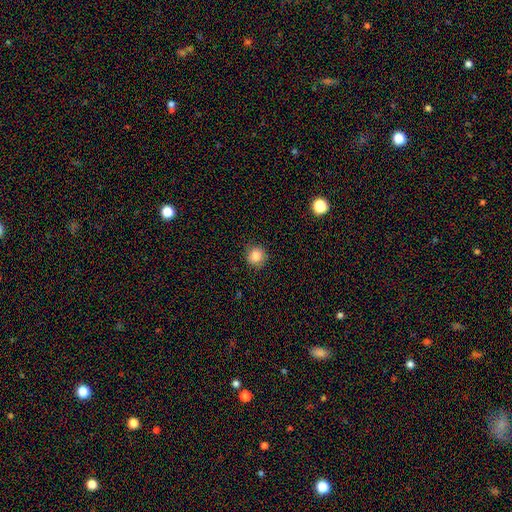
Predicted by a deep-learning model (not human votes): Morphology: type=smooth (84%); roundness=round (90%); merging=none (85%).